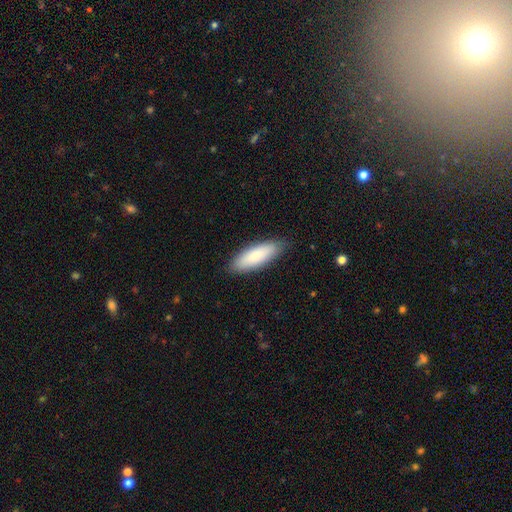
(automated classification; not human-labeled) Q: Smooth or featured?
A: smooth (85%); runner-up: featured or disk (10%)
Q: How rounded?
A: in between (60%); runner-up: cigar-shaped (38%)
Q: Merging?
A: none (85%); runner-up: minor disturbance (11%)